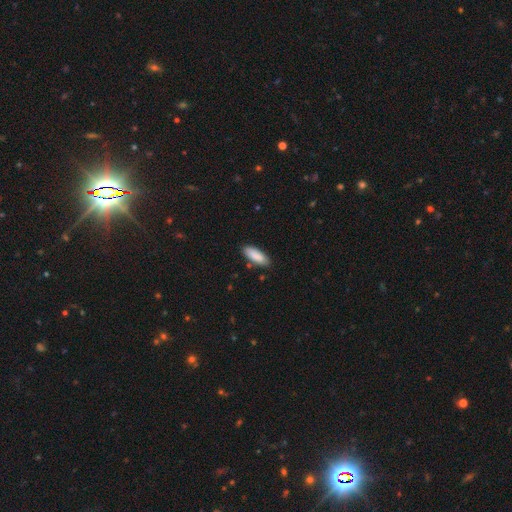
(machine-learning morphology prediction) Smooth or featured? Predicted: smooth (p=0.89). How rounded? Predicted: in between (p=0.70). Merging? Predicted: none (p=0.84).